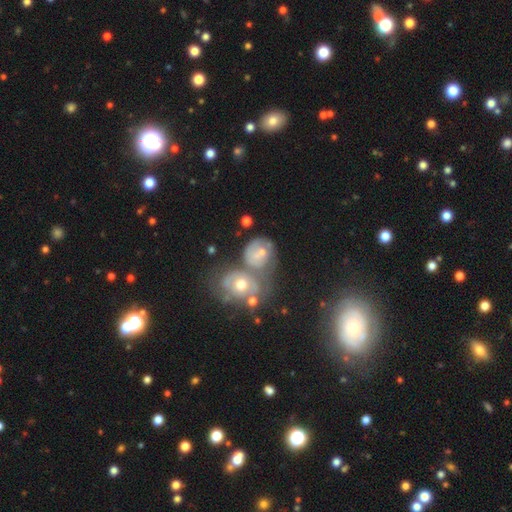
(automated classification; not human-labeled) smooth-or-featured: smooth: 46% | featured or disk: 44% | star or artifact: 10%
  merging: merger: 49% | none: 26% | minor disturbance: 14% | major disturbance: 11%